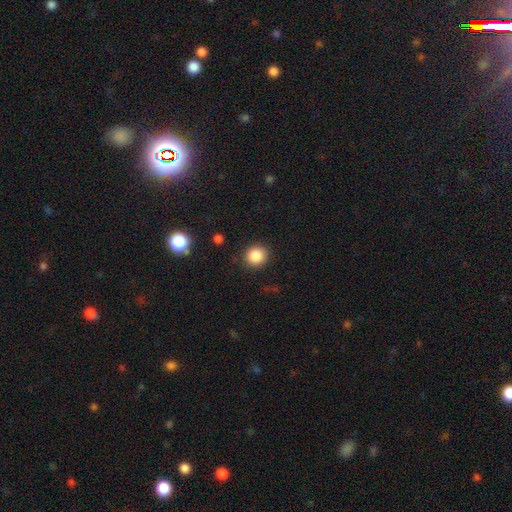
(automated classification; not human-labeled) This appears to be a smooth galaxy with no disk features (86%) that is round (88%). Merging: none (89%).